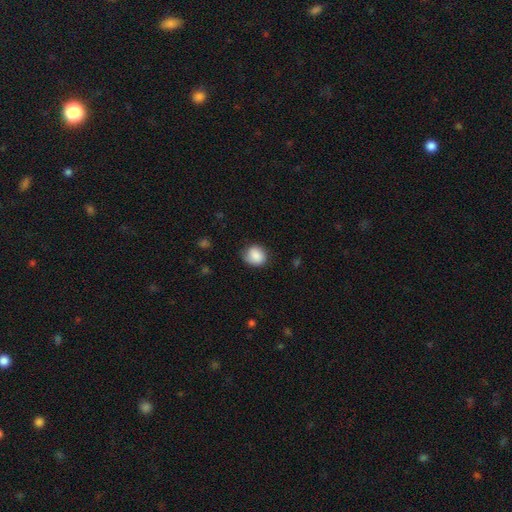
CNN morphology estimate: Overall: smooth (85%). How rounded: round (69%; in between 30%). Merging: none (75%).